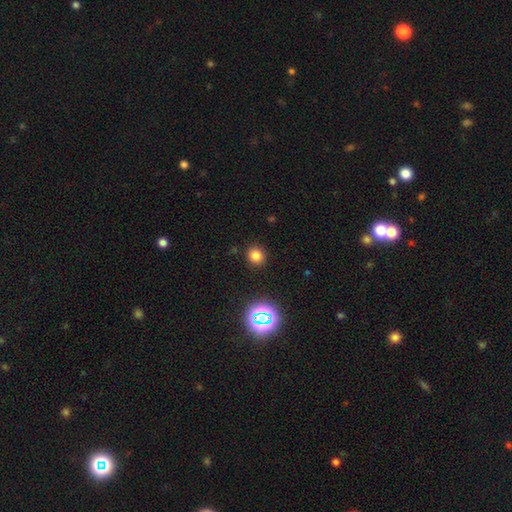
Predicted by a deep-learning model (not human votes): Smooth or featured: smooth — 76% (star or artifact — 18%)
How rounded: round — 86% (in between — 13%)
Merging: none — 90% (minor disturbance — 6%)